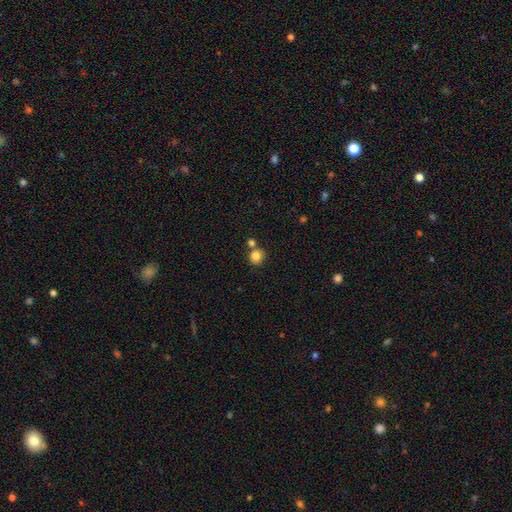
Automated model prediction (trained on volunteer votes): Smooth or featured: smooth — 83% (star or artifact — 11%)
How rounded: round — 86% (in between — 13%)
Merging: none — 68% (merger — 20%)